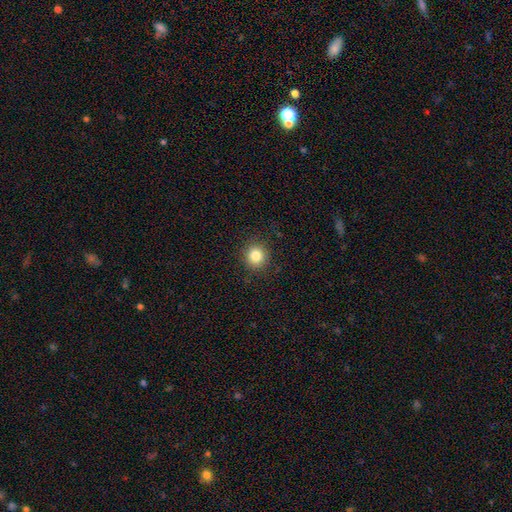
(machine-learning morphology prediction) smooth_or_featured: smooth (p=0.83) [alt: star or artifact p=0.12]
how_rounded: round (p=0.90) [alt: in between p=0.09]
merging: none (p=0.90) [alt: minor disturbance p=0.07]